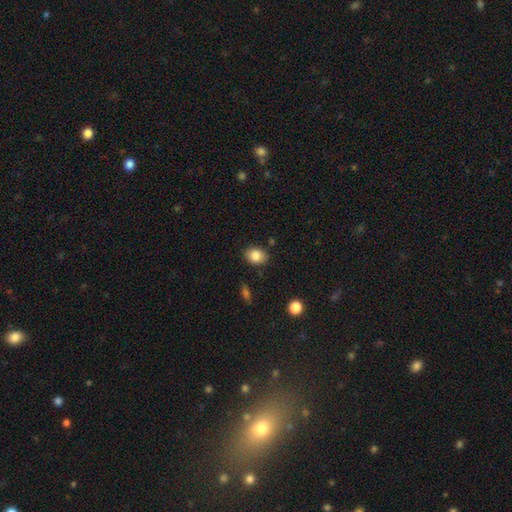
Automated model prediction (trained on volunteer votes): A smooth galaxy with no disk features (84%) that is in between round and cigar-shaped (63%).

Vote fractions:
- Smooth or featured? smooth: 84% / star or artifact: 9% / featured or disk: 8%
- How rounded? in between: 63% / round: 36% / cigar-shaped: 1%
- Merging? none: 85% / minor disturbance: 11% / major disturbance: 2% / merger: 2%